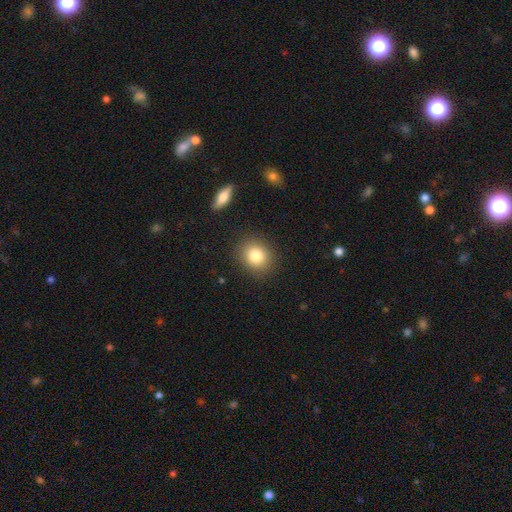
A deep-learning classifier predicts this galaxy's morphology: This appears to be a smooth galaxy with no disk features (81%) that is round (72%). Merging: none (88%).